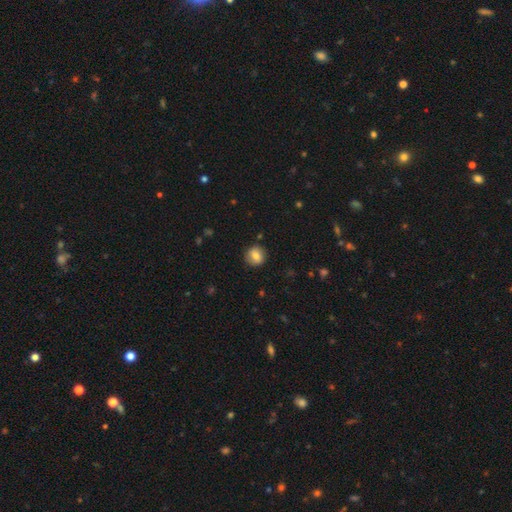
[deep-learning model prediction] smooth 77%, featured or disk 15%, star or artifact 9%. Down the decision tree: how rounded — round (88%); merging — none (87%).